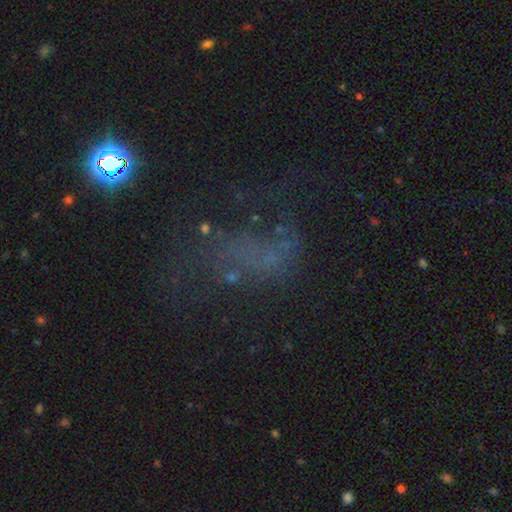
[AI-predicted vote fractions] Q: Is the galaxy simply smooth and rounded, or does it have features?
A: star or artifact — 41%.